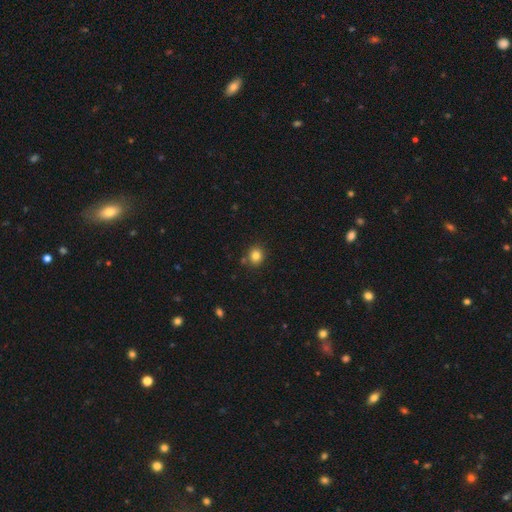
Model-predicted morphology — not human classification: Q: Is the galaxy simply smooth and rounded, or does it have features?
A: smooth — 83%.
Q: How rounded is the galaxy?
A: round — 78%.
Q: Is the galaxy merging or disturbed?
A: none — 81%.